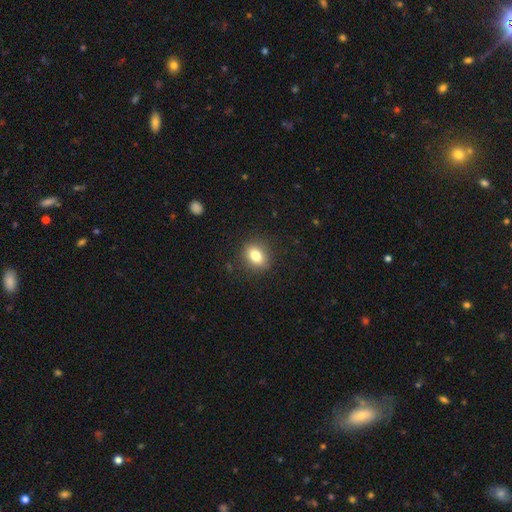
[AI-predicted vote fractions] smooth_or_featured: smooth (p=0.81) [alt: star or artifact p=0.10]
how_rounded: in between (p=0.56) [alt: round p=0.43]
merging: none (p=0.87) [alt: minor disturbance p=0.09]